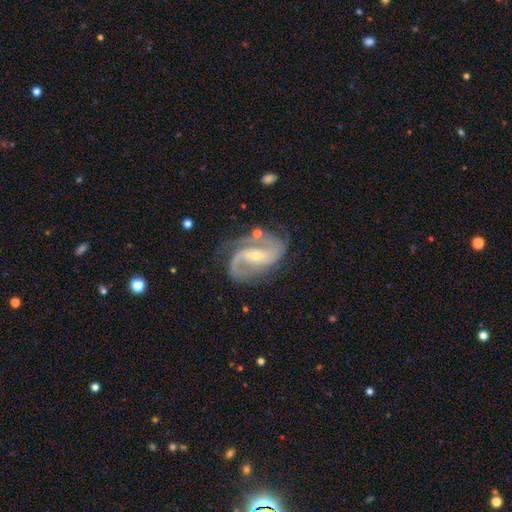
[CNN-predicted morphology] Smooth or featured: featured or disk — 90% (star or artifact — 6%)
Edge-on disk: no — 97% (yes — 3%)
Bar: weak — 39% (strong — 33%)
Spiral arms: yes — 97% (no — 3%)
Spiral winding: medium — 48% (loose — 35%)
Spiral arm count: 2 — 82% (3 — 5%)
Bulge size: small — 66% (moderate — 30%)
Merging: none — 65% (minor disturbance — 19%)